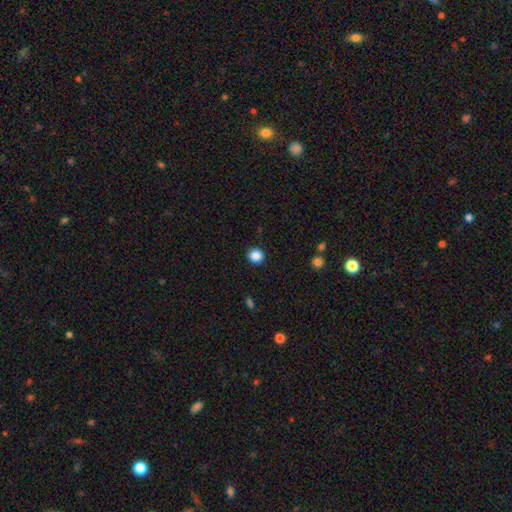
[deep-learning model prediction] This appears to be a smooth galaxy with no disk features (87%) that is round (91%). Merging: none (91%).